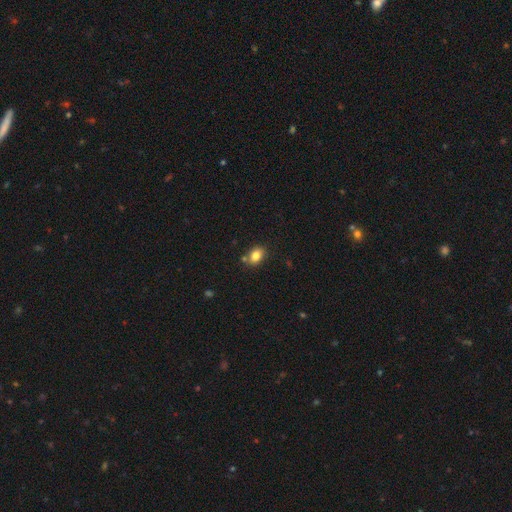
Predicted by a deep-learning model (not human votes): This is clearly a smooth galaxy (83%). How rounded: likely in between (73%). Merging: likely none (75%).